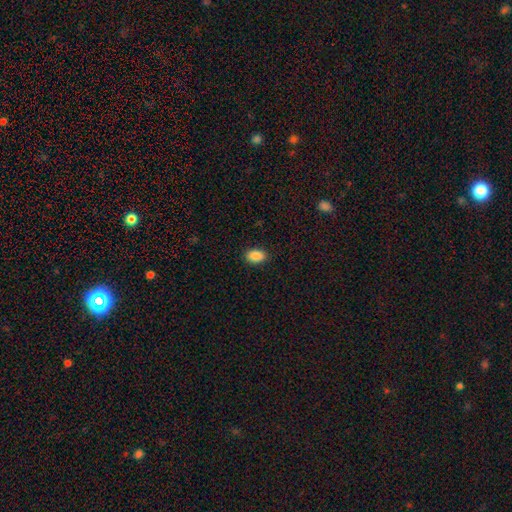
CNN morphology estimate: smooth 90%, star or artifact 8%, featured or disk 3%. Down the decision tree: how rounded — in between (89%); merging — none (89%).